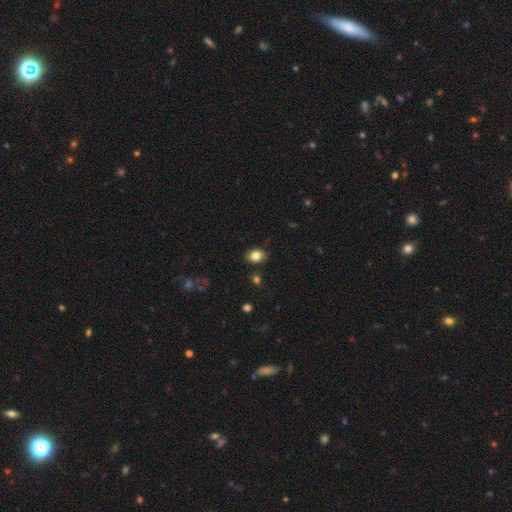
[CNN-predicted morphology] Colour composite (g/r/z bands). It shows a smooth galaxy with no disk features (81%) that is in between round and cigar-shaped (67%). Merging: none (84%).